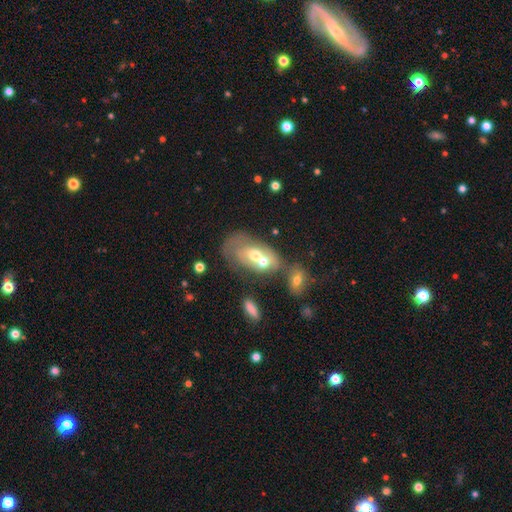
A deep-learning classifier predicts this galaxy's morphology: The model was most divided on "smooth or featured": smooth: 50%, featured or disk: 40%, star or artifact: 10%. More confident: merging — merger (64%).